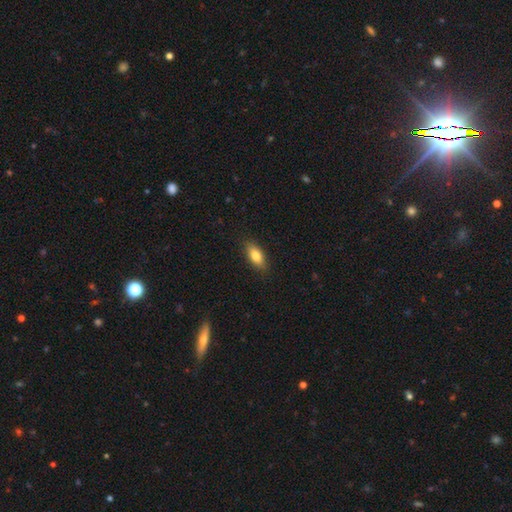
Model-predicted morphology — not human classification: smooth-or-featured: smooth: 81% | featured or disk: 11% | star or artifact: 7%
  how-rounded: in between: 83% | cigar-shaped: 13% | round: 4%
  merging: none: 86% | minor disturbance: 11% | major disturbance: 2% | merger: 1%